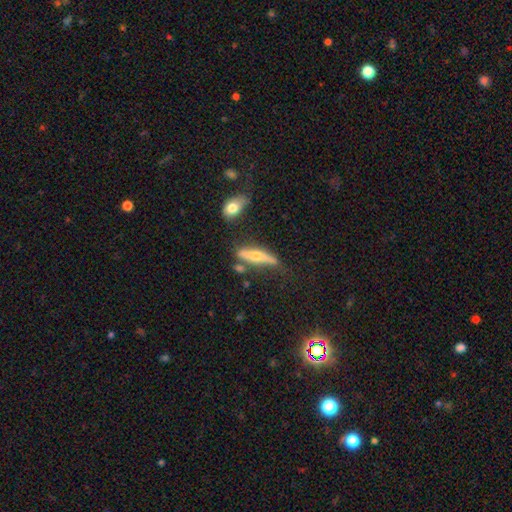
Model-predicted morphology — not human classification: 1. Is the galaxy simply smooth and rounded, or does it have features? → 59% featured or disk, 33% smooth, 8% star or artifact.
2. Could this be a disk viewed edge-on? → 86% yes, 14% no.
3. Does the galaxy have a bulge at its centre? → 90% rounded, 6% none, 5% boxy.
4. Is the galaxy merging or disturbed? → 59% none, 22% minor disturbance, 9% merger, 9% major disturbance.